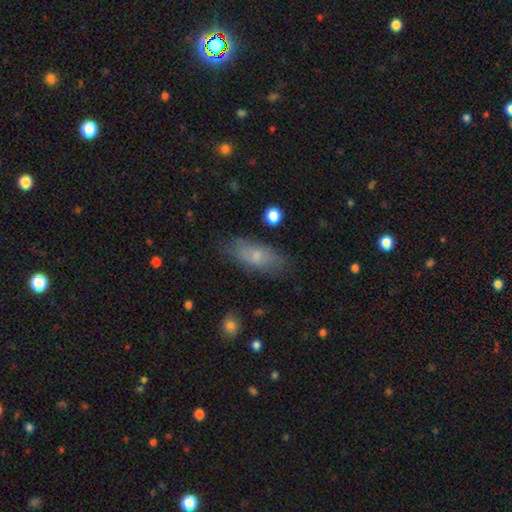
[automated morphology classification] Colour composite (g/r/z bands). It shows a smooth galaxy with no disk features (71%) that is in between round and cigar-shaped (77%). Merging: none (76%).